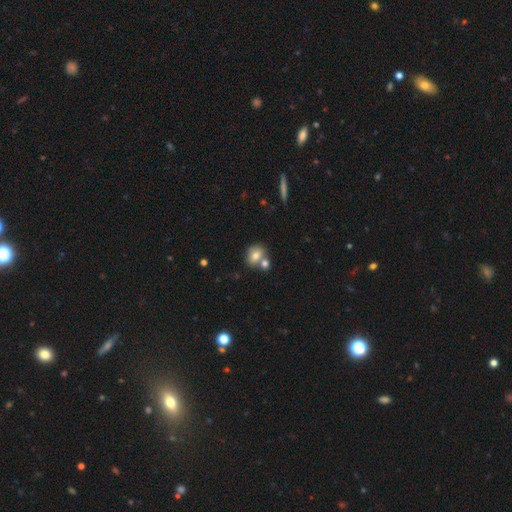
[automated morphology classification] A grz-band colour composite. It shows a smooth galaxy with no disk features (74%) that is round (54%). Merging: none (50%).